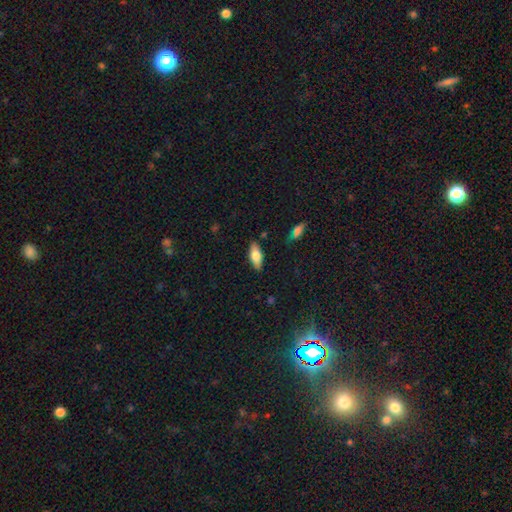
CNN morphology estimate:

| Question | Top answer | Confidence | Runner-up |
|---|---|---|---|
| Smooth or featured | smooth | 69% | featured or disk (24%) |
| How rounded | in between | 76% | cigar-shaped (22%) |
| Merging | none | 85% | minor disturbance (11%) |